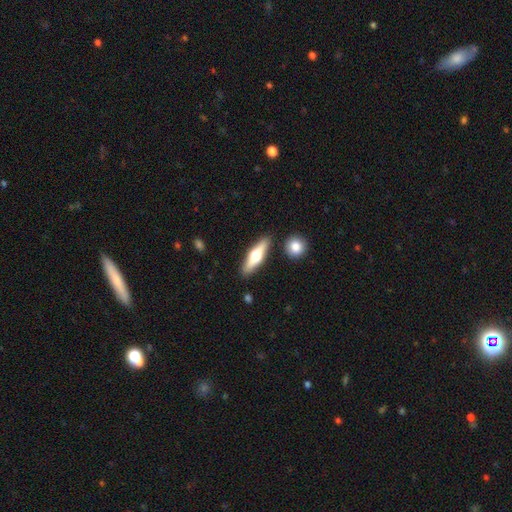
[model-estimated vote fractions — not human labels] smooth-or-featured: featured or disk: 48% | smooth: 46% | star or artifact: 6%
  merging: none: 86% | minor disturbance: 8% | merger: 4% | major disturbance: 2%